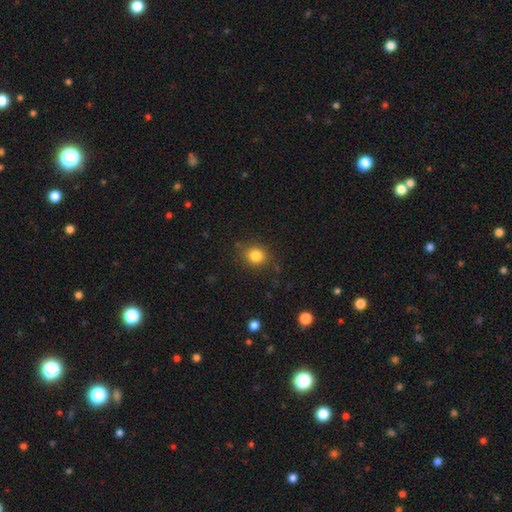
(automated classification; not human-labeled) Smooth or featured: smooth — 83% (star or artifact — 11%)
How rounded: round — 79% (in between — 20%)
Merging: none — 84% (minor disturbance — 11%)